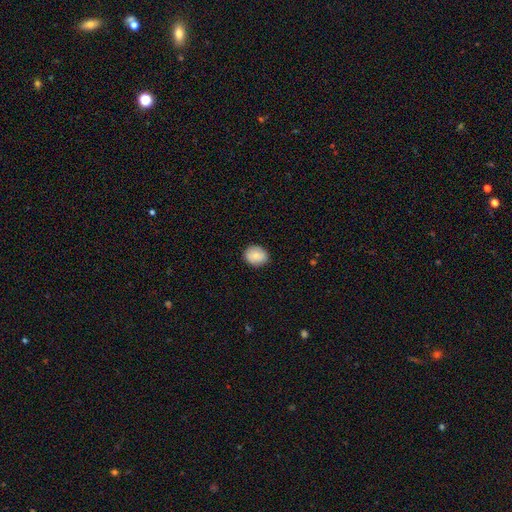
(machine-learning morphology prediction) smooth-or-featured: smooth: 81% | featured or disk: 12% | star or artifact: 7%
  how-rounded: round: 61% | in between: 38% | cigar-shaped: 1%
  merging: none: 86% | minor disturbance: 11% | major disturbance: 2% | merger: 1%